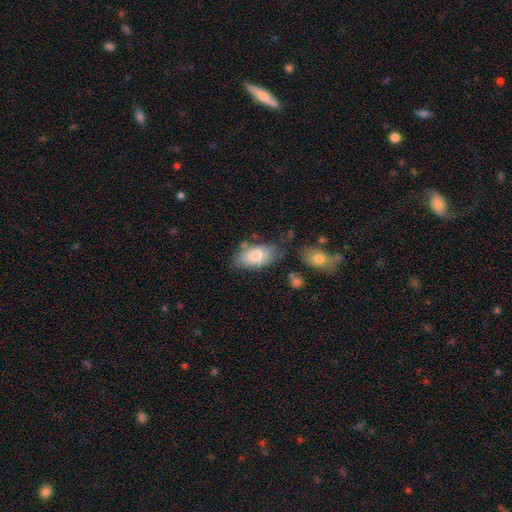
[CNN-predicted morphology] A smooth galaxy with no disk features (83%) that is in between round and cigar-shaped (94%).

Vote fractions:
- Smooth or featured? smooth: 83% / featured or disk: 11% / star or artifact: 6%
- How rounded? in between: 94% / round: 4% / cigar-shaped: 3%
- Merging? none: 49% / minor disturbance: 28% / major disturbance: 12% / merger: 11%